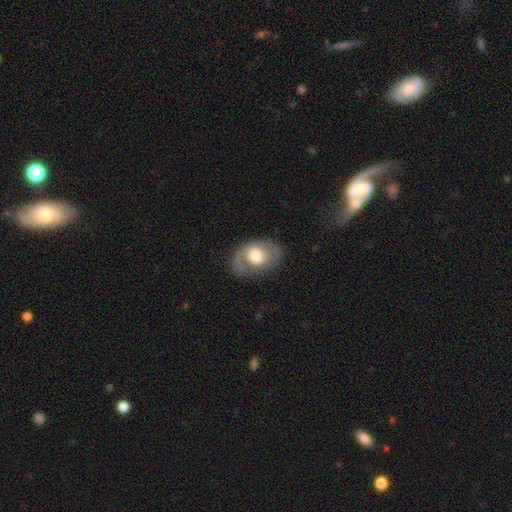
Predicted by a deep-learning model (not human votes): Smooth or featured? Predicted: featured or disk (p=0.57). Edge-on disk? Predicted: no (p=0.95). Bar? Predicted: no (p=0.69). Spiral arms? Predicted: yes (p=0.65). Bulge size? Predicted: moderate (p=0.45). Merging? Predicted: none (p=0.65).